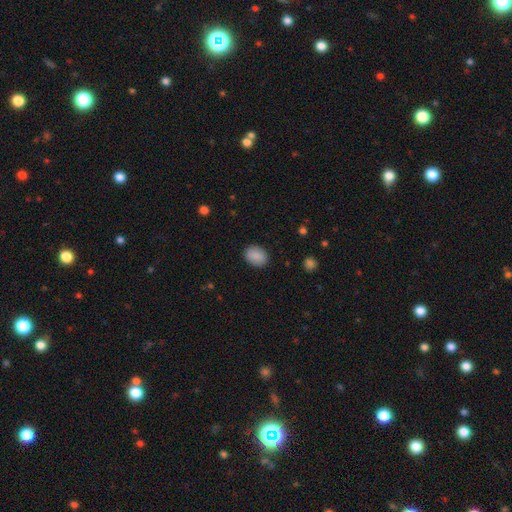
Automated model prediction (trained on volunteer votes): Smooth or featured? Predicted: smooth (p=0.89). How rounded? Predicted: in between (p=0.72). Merging? Predicted: none (p=0.88).